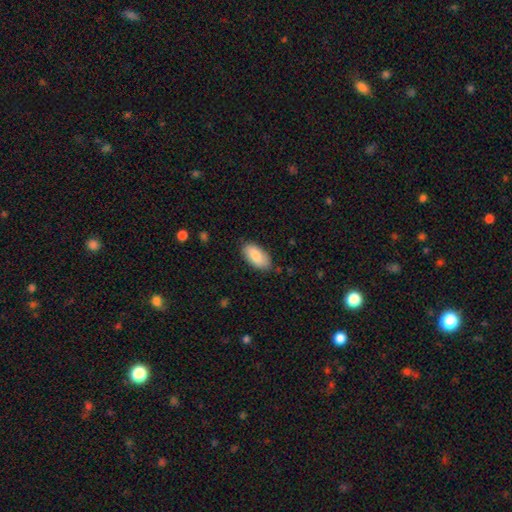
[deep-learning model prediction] Smooth or featured? Predicted: smooth (p=0.85). How rounded? Predicted: in between (p=0.93). Merging? Predicted: none (p=0.83).